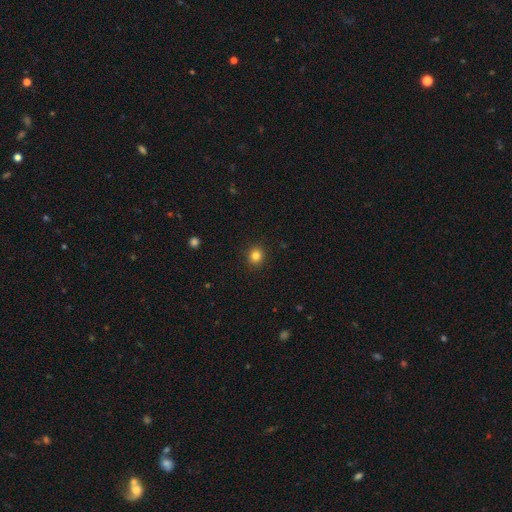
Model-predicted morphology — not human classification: smooth 83%, star or artifact 12%, featured or disk 5%. Down the decision tree: how rounded — round (85%); merging — none (91%).